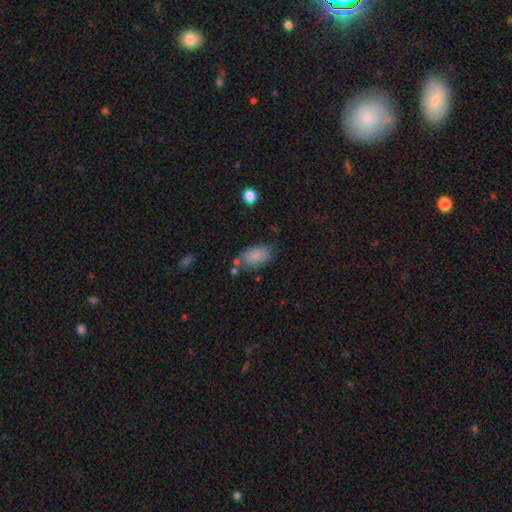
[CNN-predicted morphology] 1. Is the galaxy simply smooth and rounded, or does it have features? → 80% smooth, 12% featured or disk, 8% star or artifact.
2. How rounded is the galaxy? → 90% in between, 8% round, 2% cigar-shaped.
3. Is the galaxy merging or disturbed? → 57% none, 25% minor disturbance, 10% merger, 9% major disturbance.